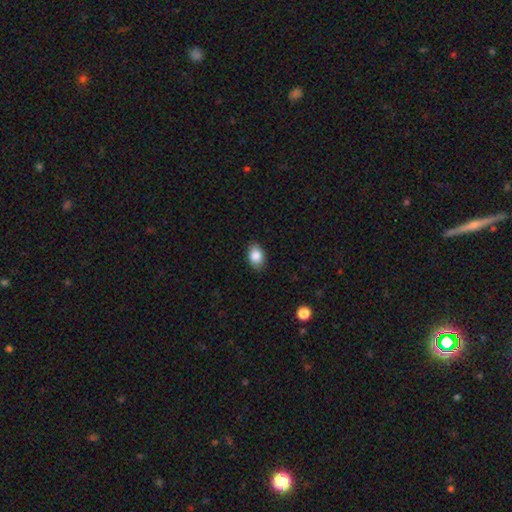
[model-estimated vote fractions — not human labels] This appears to be a smooth galaxy with no disk features (86%) that is in between round and cigar-shaped (83%). Merging: none (86%).